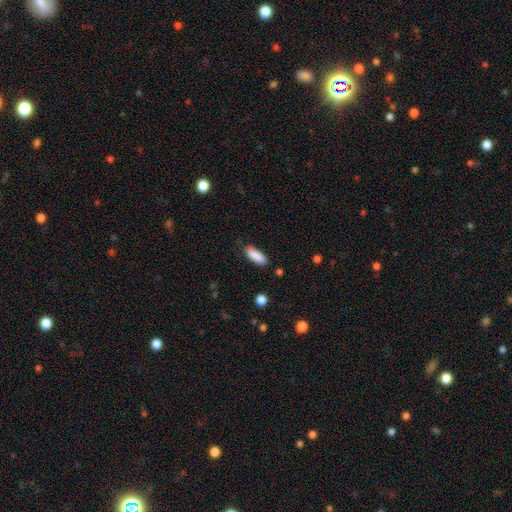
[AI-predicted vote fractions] smooth_or_featured: smooth (p=0.89) [alt: star or artifact p=0.07]
how_rounded: in between (p=0.65) [alt: cigar-shaped p=0.34]
merging: none (p=0.79) [alt: minor disturbance p=0.16]